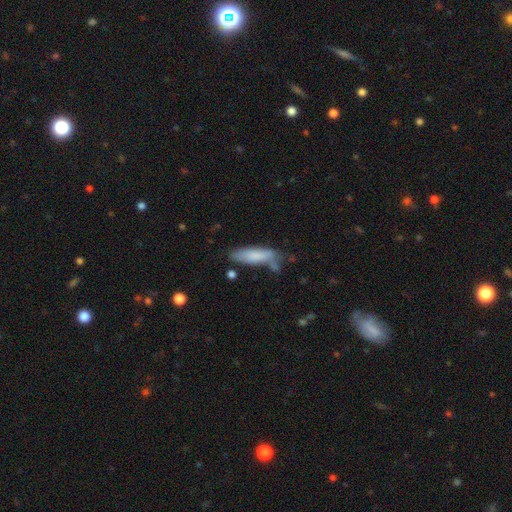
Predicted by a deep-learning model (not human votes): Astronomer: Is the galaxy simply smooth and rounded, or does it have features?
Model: smooth — 79%.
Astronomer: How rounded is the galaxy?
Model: cigar-shaped — 59% (runner-up: in between, 39%).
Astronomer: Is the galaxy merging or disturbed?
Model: none — 55%.